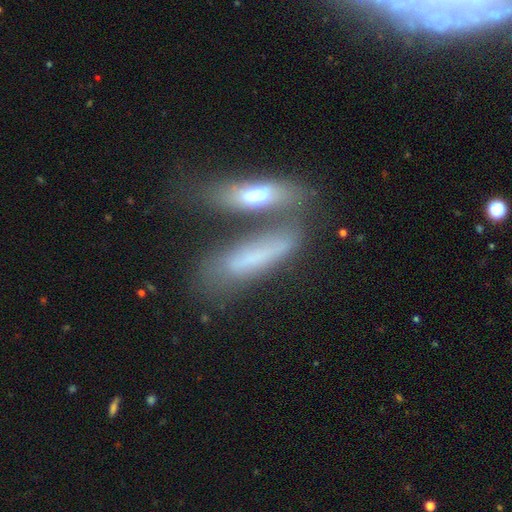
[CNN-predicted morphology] smooth-or-featured: smooth: 58% | featured or disk: 33% | star or artifact: 8%
  how-rounded: cigar-shaped: 65% | in between: 32% | round: 3%
  merging: merger: 50% | none: 30% | minor disturbance: 12% | major disturbance: 8%